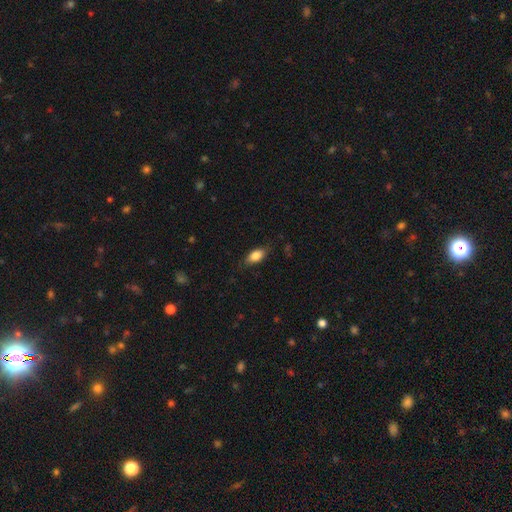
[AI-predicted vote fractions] smooth 82%, featured or disk 11%, star or artifact 7%. Down the decision tree: how rounded — in between (88%); merging — none (80%).